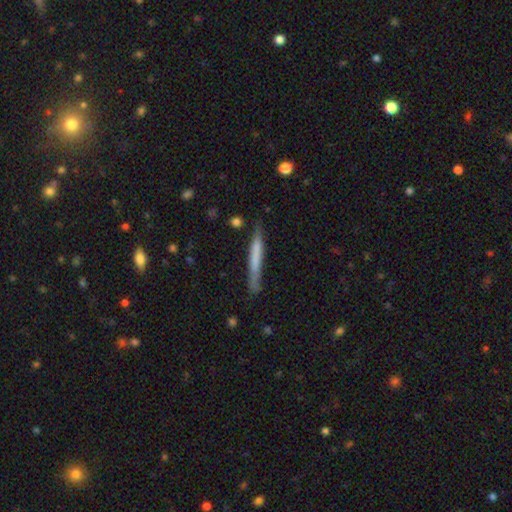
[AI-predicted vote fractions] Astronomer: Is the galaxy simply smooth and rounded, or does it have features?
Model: smooth — 59% (runner-up: featured or disk, 35%).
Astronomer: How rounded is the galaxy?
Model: cigar-shaped — 96%.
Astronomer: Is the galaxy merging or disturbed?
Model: none — 78%.